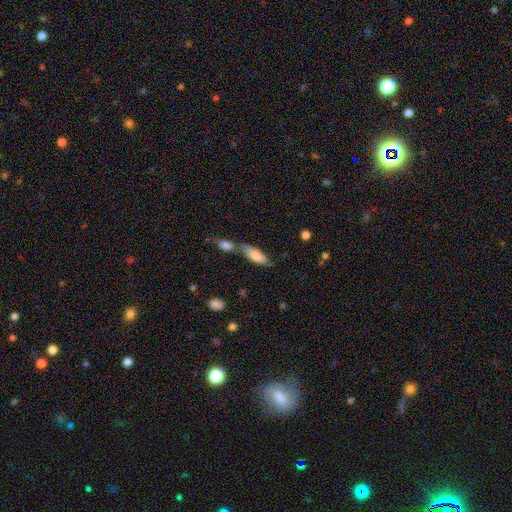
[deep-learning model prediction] smooth_or_featured: smooth (p=0.79) [alt: featured or disk p=0.14]
how_rounded: in between (p=0.67) [alt: cigar-shaped p=0.31]
merging: merger (p=0.46) [alt: none p=0.35]